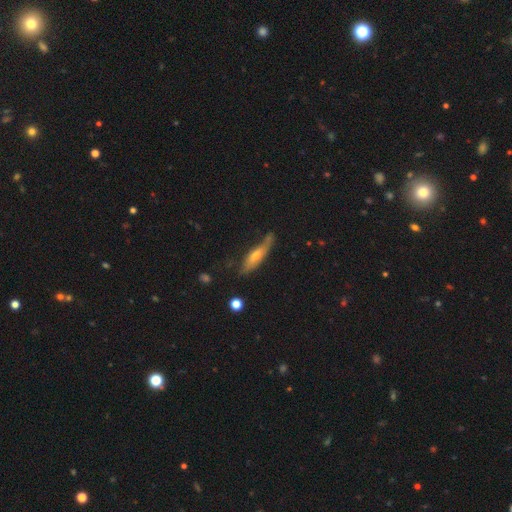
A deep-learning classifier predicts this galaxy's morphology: Q: Smooth or featured?
A: featured or disk (51%); runner-up: smooth (42%)
Q: Edge-on disk?
A: yes (73%); runner-up: no (27%)
Q: Merging?
A: none (59%); runner-up: minor disturbance (28%)